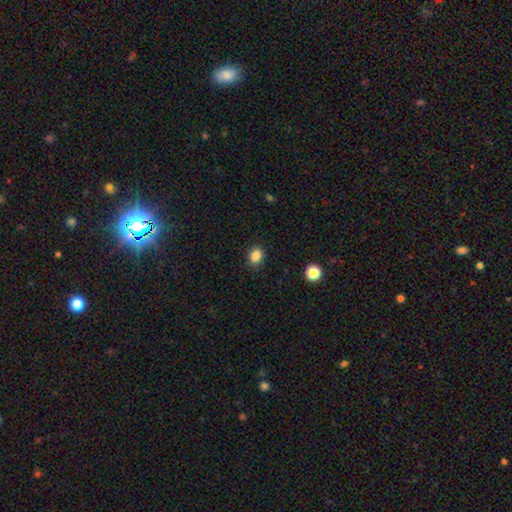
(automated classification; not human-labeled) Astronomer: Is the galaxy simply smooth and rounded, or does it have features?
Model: smooth — 86%.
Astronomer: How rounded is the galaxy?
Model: in between — 58% (runner-up: round, 41%).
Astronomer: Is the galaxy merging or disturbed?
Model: none — 87%.